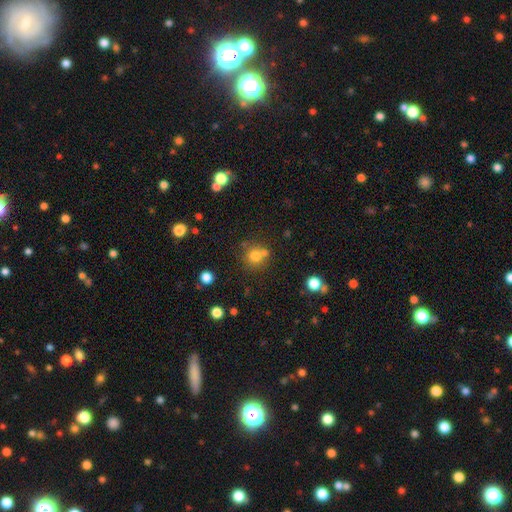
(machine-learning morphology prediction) Smooth or featured? Predicted: smooth (p=0.74). How rounded? Predicted: round (p=0.89). Merging? Predicted: none (p=0.59).